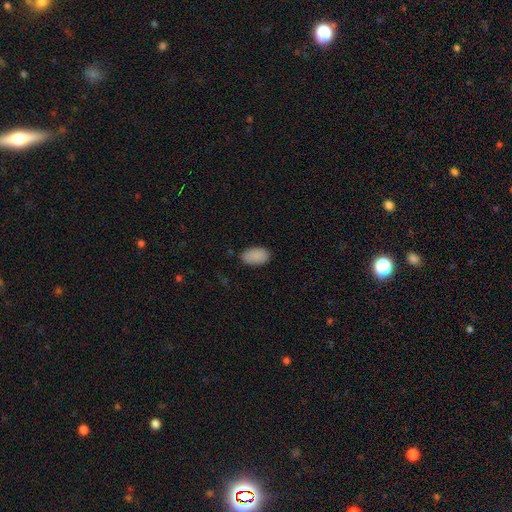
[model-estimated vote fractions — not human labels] Q: Smooth or featured?
A: smooth (89%); runner-up: star or artifact (7%)
Q: How rounded?
A: in between (94%); runner-up: round (5%)
Q: Merging?
A: none (83%); runner-up: minor disturbance (13%)